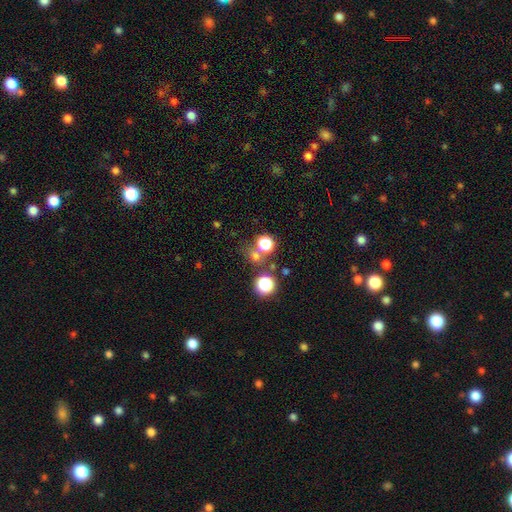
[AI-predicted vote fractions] Overall: smooth (60%; star or artifact 32%). How rounded: round (85%). Merging: none (66%).